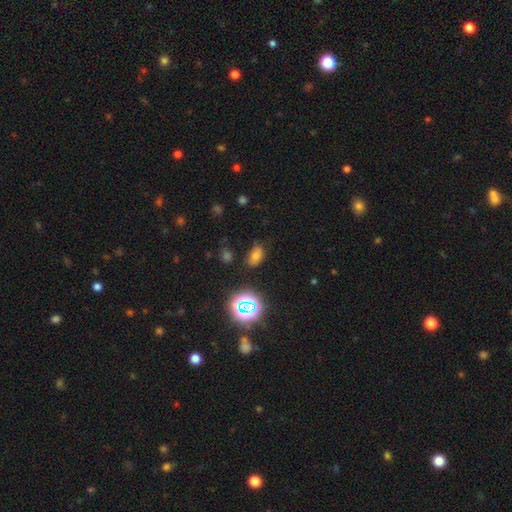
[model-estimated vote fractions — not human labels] Morphology: type=smooth (64%); roundness=in between (85%); merging=none (76%).